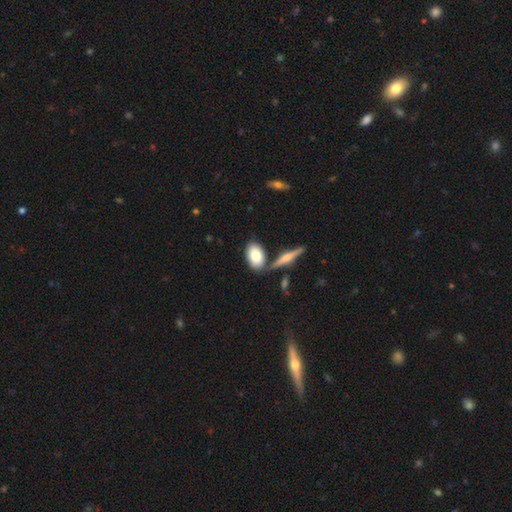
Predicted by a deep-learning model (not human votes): smooth-or-featured: smooth: 79% | featured or disk: 15% | star or artifact: 6%
  how-rounded: in between: 90% | round: 6% | cigar-shaped: 4%
  merging: none: 69% | merger: 15% | minor disturbance: 13% | major disturbance: 3%